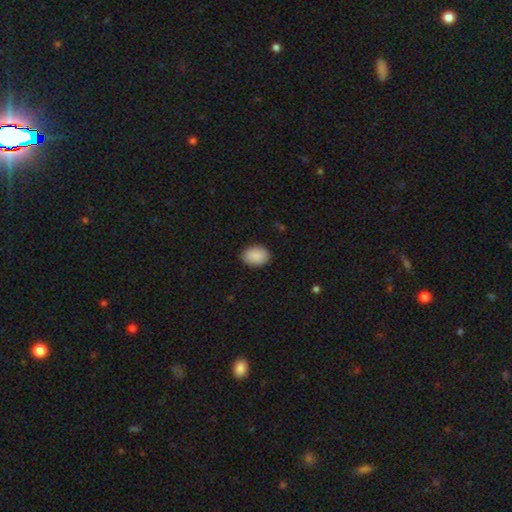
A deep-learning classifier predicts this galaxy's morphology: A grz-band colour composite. It shows a smooth galaxy with no disk features (90%) that is in between round and cigar-shaped (76%). Merging: none (89%).